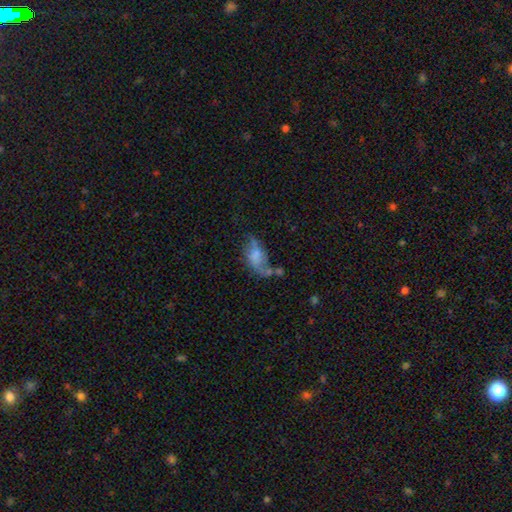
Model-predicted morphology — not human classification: A featured or disk galaxy (49%).

Vote fractions:
- Smooth or featured? featured or disk: 49% / smooth: 41% / star or artifact: 10%
- Merging? none: 30% / major disturbance: 28% / minor disturbance: 24% / merger: 18%